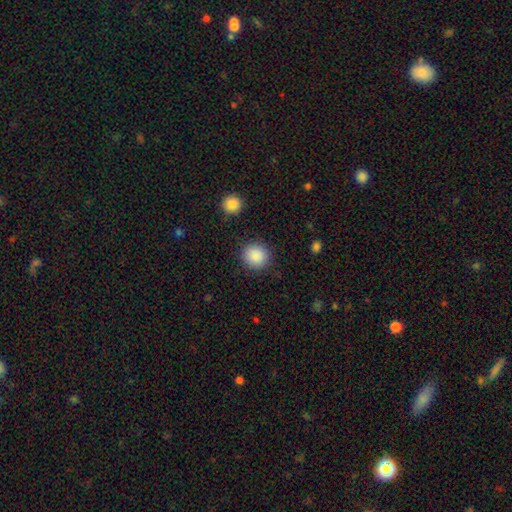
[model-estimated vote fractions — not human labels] smooth_or_featured: smooth (p=0.88) [alt: star or artifact p=0.08]
how_rounded: round (p=0.89) [alt: in between p=0.10]
merging: none (p=0.88) [alt: minor disturbance p=0.07]